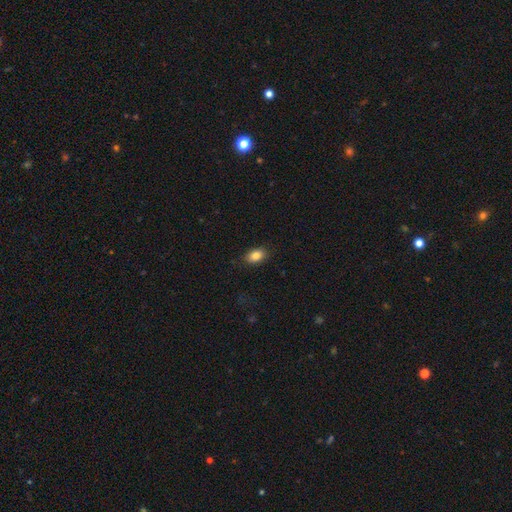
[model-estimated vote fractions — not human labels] This is clearly a smooth galaxy (84%). How rounded: clearly in between (87%). Merging: clearly none (86%).